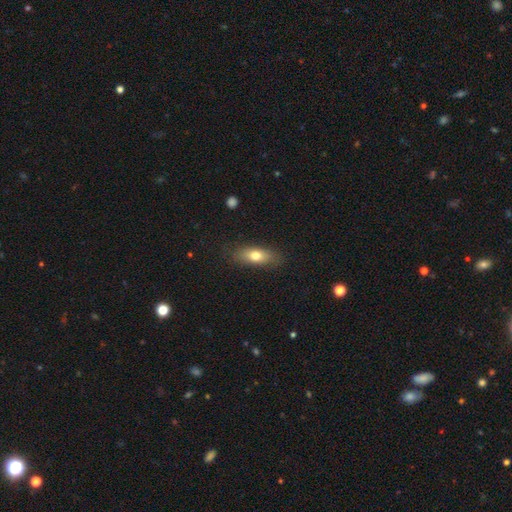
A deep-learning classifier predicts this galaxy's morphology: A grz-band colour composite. It shows a smooth galaxy with no disk features (72%) that is in between round and cigar-shaped (68%). Merging: none (82%).